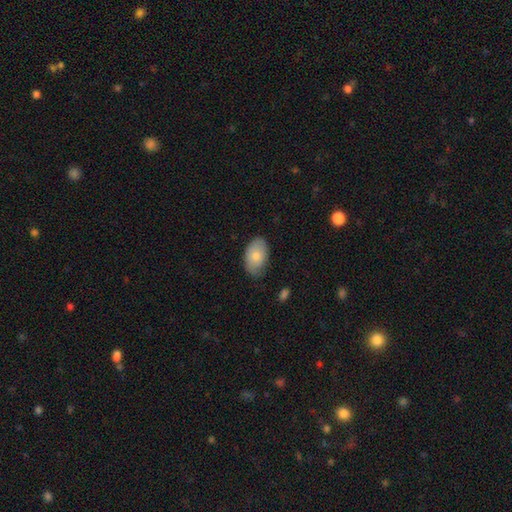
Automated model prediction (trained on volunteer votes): Q: Smooth or featured?
A: smooth (74%); runner-up: featured or disk (20%)
Q: How rounded?
A: in between (90%); runner-up: round (9%)
Q: Merging?
A: none (70%); runner-up: minor disturbance (24%)